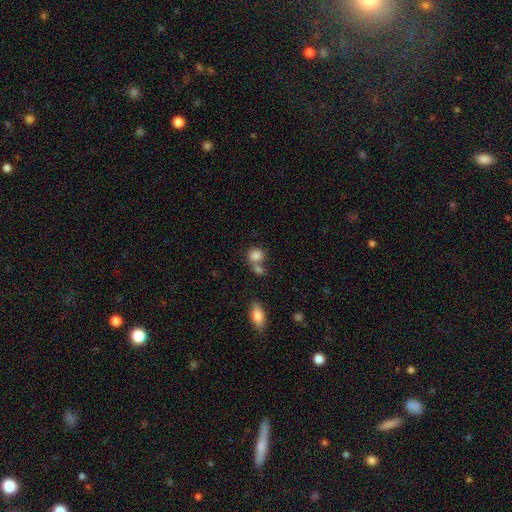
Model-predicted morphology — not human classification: A smooth galaxy with no disk features (83%) that is round (68%). Merging: merger (45%).